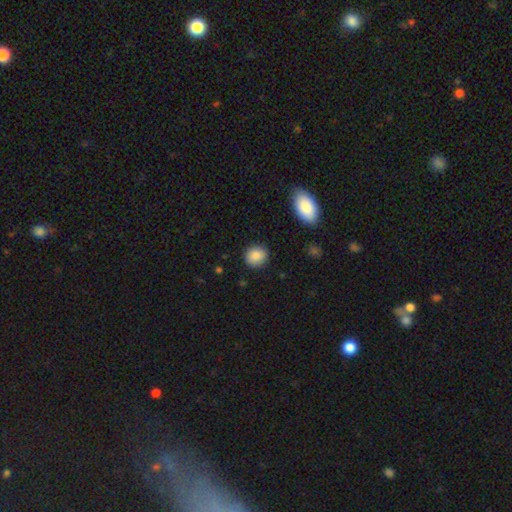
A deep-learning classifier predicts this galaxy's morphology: Overall: smooth (87%). How rounded: round (80%). Merging: none (89%).